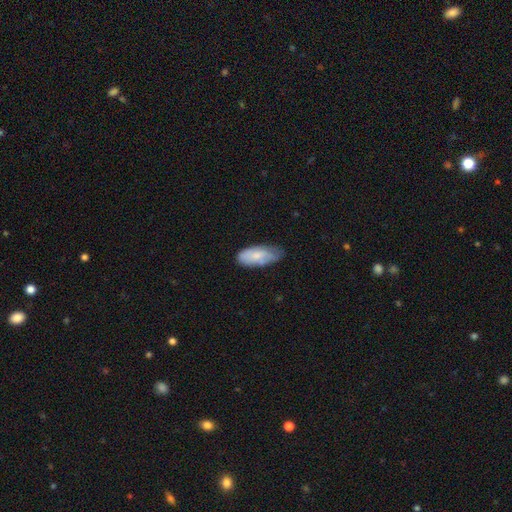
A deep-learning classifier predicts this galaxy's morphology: A smooth galaxy with no disk features (73%) that is in between round and cigar-shaped (87%).

Vote fractions:
- Smooth or featured? smooth: 73% / featured or disk: 20% / star or artifact: 6%
- How rounded? in between: 87% / cigar-shaped: 11% / round: 2%
- Merging? none: 55% / minor disturbance: 36% / major disturbance: 7% / merger: 2%